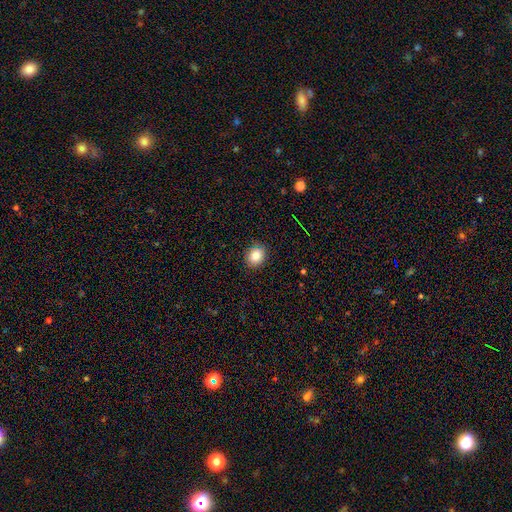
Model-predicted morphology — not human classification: Smooth or featured: smooth — 83% (star or artifact — 10%)
How rounded: round — 68% (in between — 32%)
Merging: none — 89% (minor disturbance — 8%)